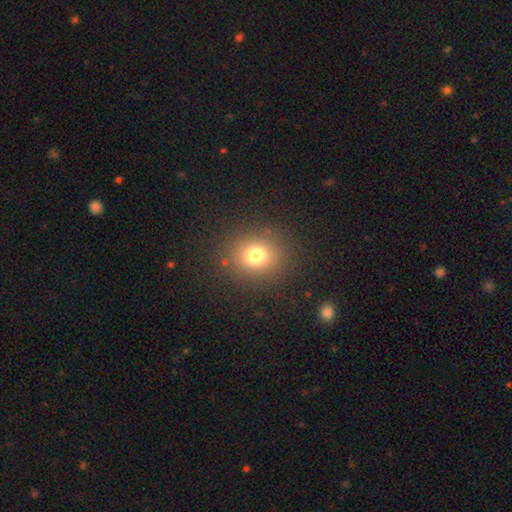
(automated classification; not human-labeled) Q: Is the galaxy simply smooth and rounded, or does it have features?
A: smooth — 74%.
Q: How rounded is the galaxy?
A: round — 80%.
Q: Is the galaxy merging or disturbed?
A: none — 87%.